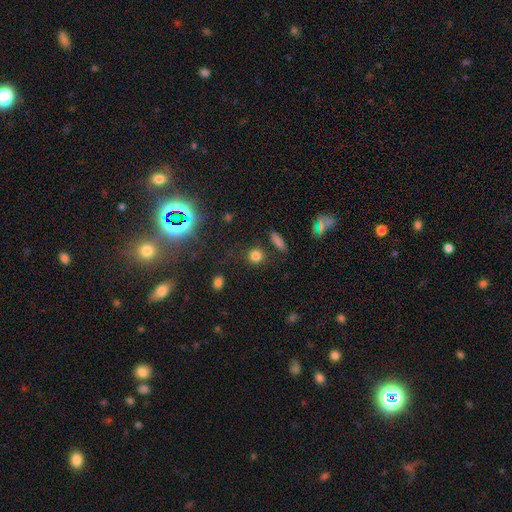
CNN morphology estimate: The model was most divided on "smooth or featured": smooth: 78%, star or artifact: 17%, featured or disk: 5%. More confident: how rounded — round (87%); merging — none (83%).